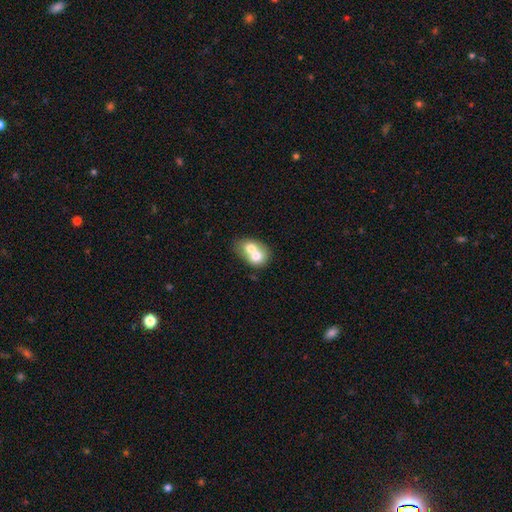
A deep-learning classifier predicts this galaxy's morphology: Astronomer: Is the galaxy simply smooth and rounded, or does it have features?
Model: smooth — 65%.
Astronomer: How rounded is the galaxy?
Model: in between — 52% (runner-up: round, 47%).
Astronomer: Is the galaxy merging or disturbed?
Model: merger — 72%.